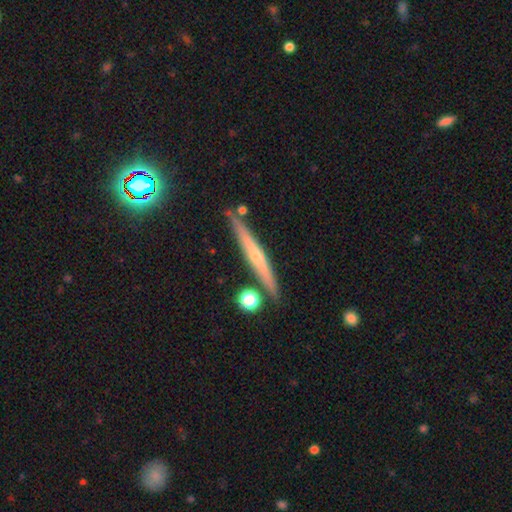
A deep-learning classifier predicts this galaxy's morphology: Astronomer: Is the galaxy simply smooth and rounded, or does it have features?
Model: featured or disk — 61%.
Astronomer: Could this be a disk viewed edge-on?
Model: yes — 96%.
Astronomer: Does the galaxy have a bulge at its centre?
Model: rounded — 59% (runner-up: none, 37%).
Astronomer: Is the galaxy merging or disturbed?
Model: none — 84%.